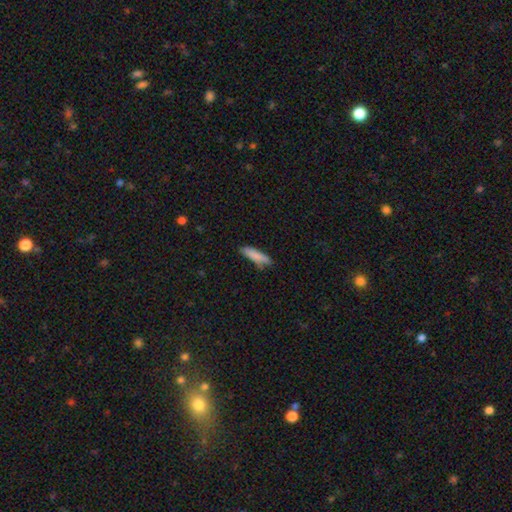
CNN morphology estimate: smooth-or-featured: smooth: 85% | featured or disk: 9% | star or artifact: 7%
  how-rounded: cigar-shaped: 68% | in between: 30% | round: 2%
  merging: none: 72% | minor disturbance: 21% | major disturbance: 4% | merger: 3%